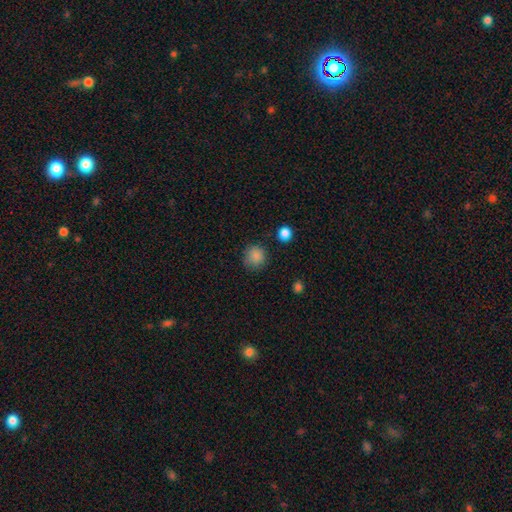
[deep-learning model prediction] smooth 85%, star or artifact 11%, featured or disk 4%. Down the decision tree: how rounded — round (89%); merging — none (81%).